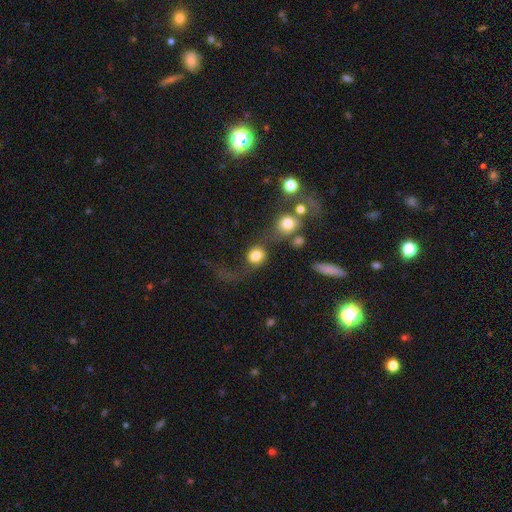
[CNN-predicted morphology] This appears to be a smooth galaxy with no disk features (75%) that is round (73%). Merging: none (32%).